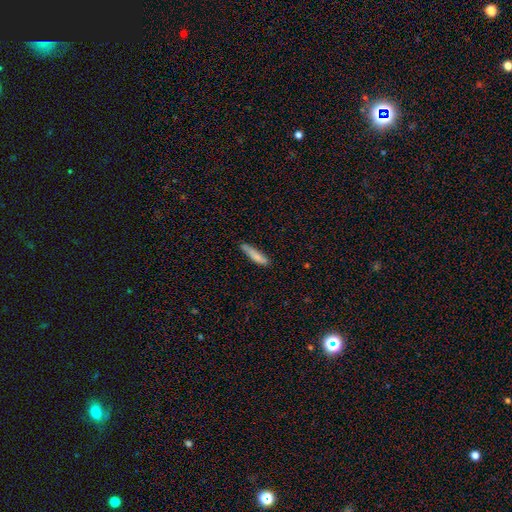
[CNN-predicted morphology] The model was most divided on "merging": none: 69%, minor disturbance: 24%, major disturbance: 4%, merger: 3%. More confident: how rounded — cigar-shaped (81%); smooth or featured — smooth (80%).